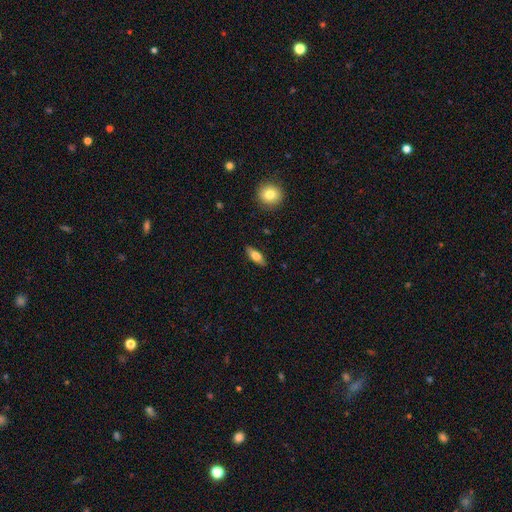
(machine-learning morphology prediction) Smooth or featured? smooth (74%)
How rounded? in between (75%)
Merging? none (86%)